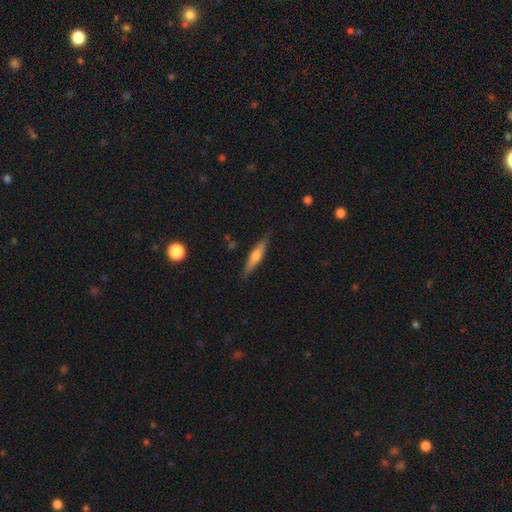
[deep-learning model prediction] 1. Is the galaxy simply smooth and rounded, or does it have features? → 50% smooth, 44% featured or disk, 6% star or artifact.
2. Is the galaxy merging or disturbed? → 85% none, 11% minor disturbance, 2% major disturbance, 1% merger.